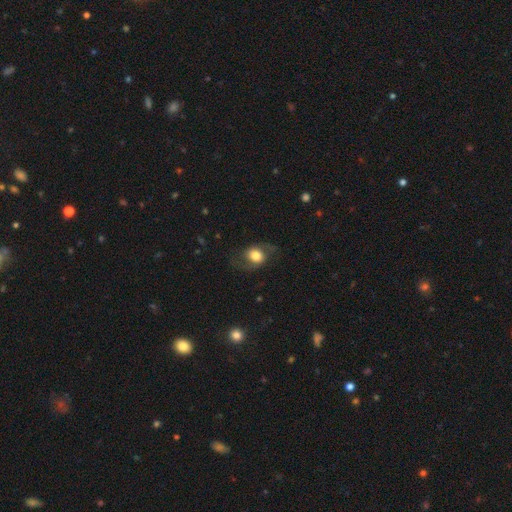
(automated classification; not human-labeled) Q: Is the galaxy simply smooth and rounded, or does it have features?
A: smooth — 57%.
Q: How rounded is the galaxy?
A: round — 57%.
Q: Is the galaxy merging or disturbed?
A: none — 69%.